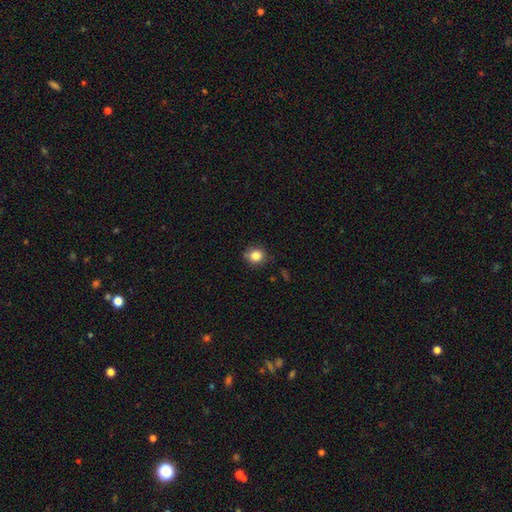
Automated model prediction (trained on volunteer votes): Q: Smooth or featured?
A: smooth (84%); runner-up: star or artifact (11%)
Q: How rounded?
A: round (84%); runner-up: in between (15%)
Q: Merging?
A: none (79%); runner-up: minor disturbance (15%)